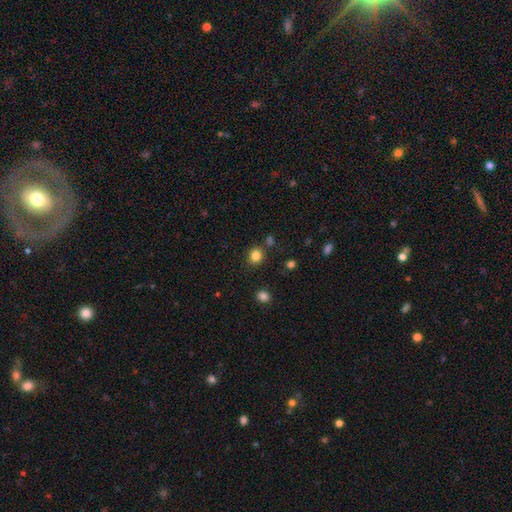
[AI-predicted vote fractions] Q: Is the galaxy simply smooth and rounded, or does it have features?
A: smooth — 83%.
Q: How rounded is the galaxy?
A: round — 83%.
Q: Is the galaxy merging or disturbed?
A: none — 85%.